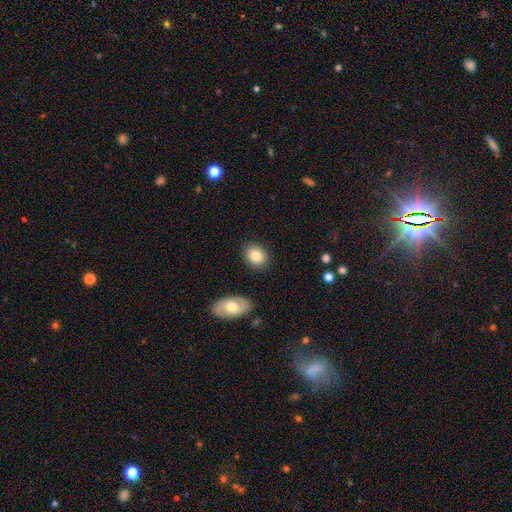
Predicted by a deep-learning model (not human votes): Overall: smooth (84%). How rounded: in between (57%; round 42%). Merging: none (86%).